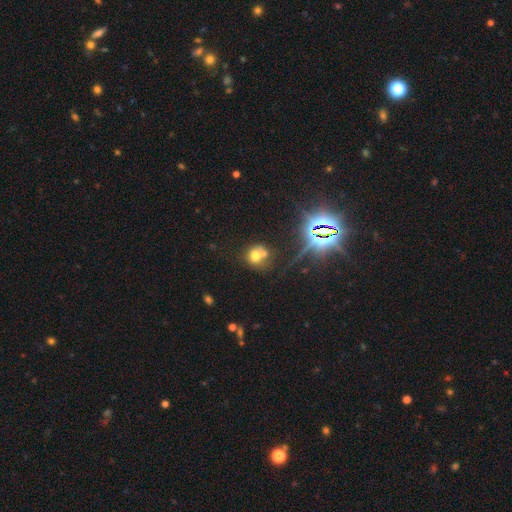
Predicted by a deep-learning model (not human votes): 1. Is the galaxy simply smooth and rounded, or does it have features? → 62% smooth, 19% star or artifact, 19% featured or disk.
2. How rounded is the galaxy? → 78% round, 21% in between, 1% cigar-shaped.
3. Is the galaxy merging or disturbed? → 45% merger, 37% none, 11% minor disturbance, 7% major disturbance.